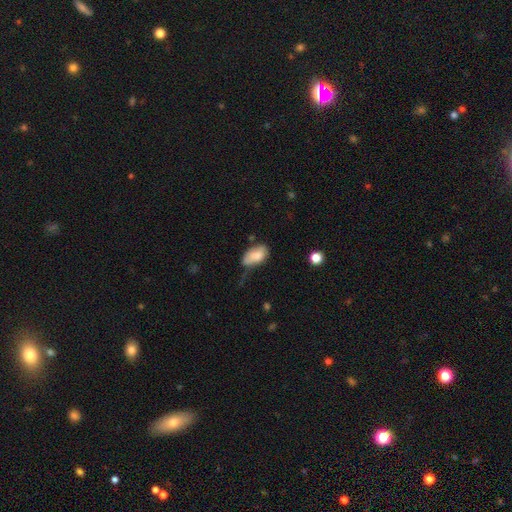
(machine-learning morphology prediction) type=smooth (77%); roundness=in between (93%); merging=minor disturbance (40%).